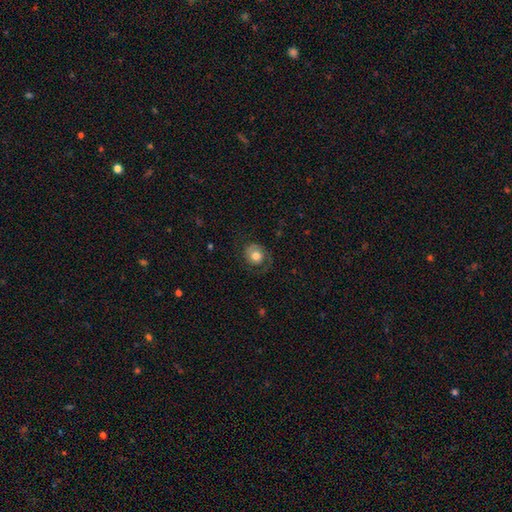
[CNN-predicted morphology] A smooth galaxy with no disk features (51%) that is round (74%). Merging: none (60%).